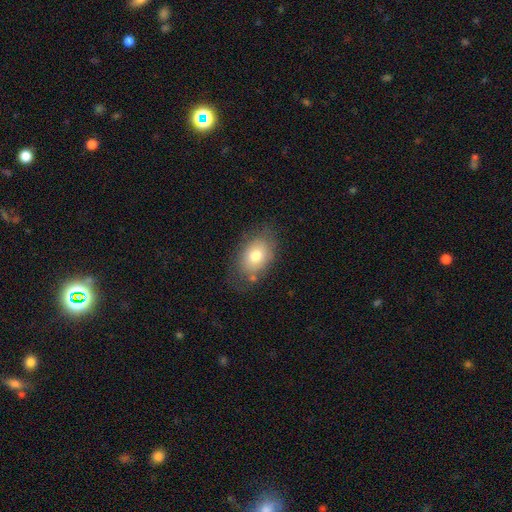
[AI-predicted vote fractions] A smooth galaxy with no disk features (74%) that is in between round and cigar-shaped (79%). Merging: none (69%).